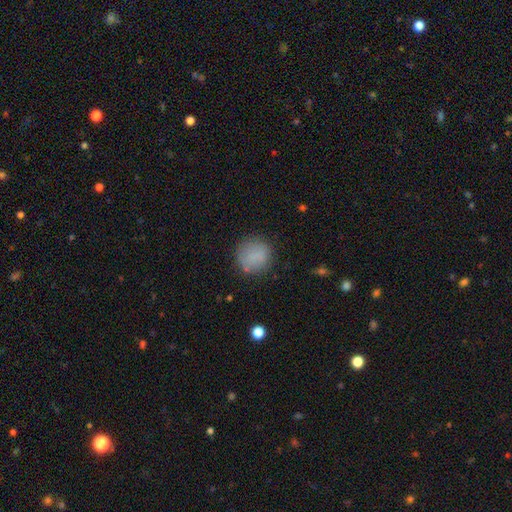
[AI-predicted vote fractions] This appears to be a smooth galaxy with no disk features (82%) that is round (90%). Merging: none (79%).